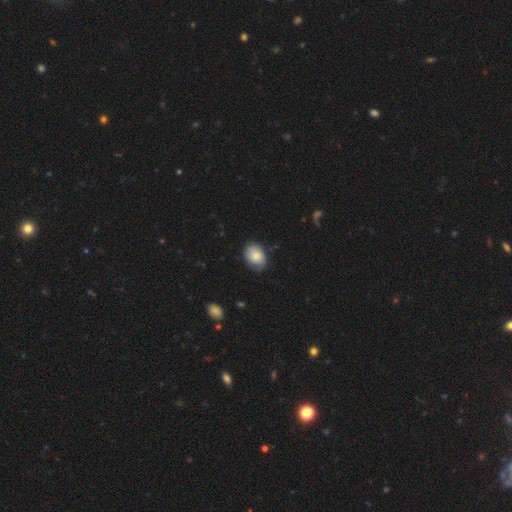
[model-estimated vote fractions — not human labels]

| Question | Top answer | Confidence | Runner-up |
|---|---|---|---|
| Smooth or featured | smooth | 76% | featured or disk (17%) |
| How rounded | in between | 70% | round (30%) |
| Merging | none | 65% | minor disturbance (27%) |